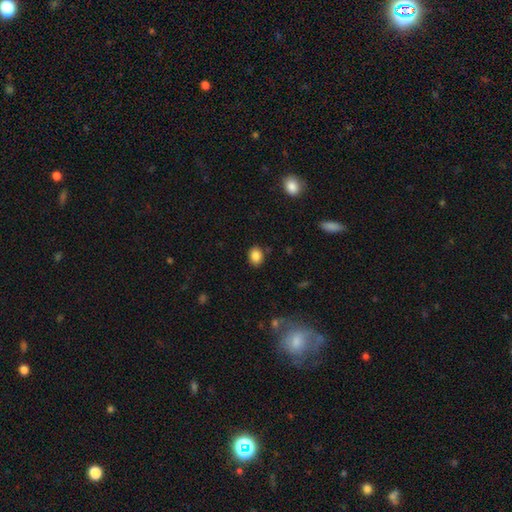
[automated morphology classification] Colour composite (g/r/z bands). It shows a smooth galaxy with no disk features (86%) that is in between round and cigar-shaped (58%). Merging: none (85%).